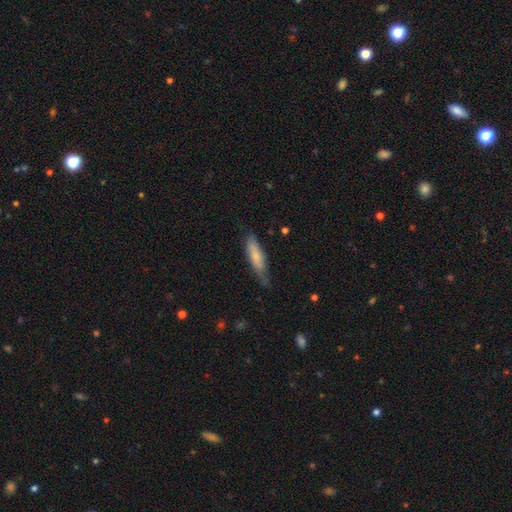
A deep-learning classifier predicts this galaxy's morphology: smooth_or_featured: smooth (p=0.71) [alt: featured or disk p=0.23]
how_rounded: cigar-shaped (p=0.68) [alt: in between p=0.30]
merging: none (p=0.60) [alt: minor disturbance p=0.31]